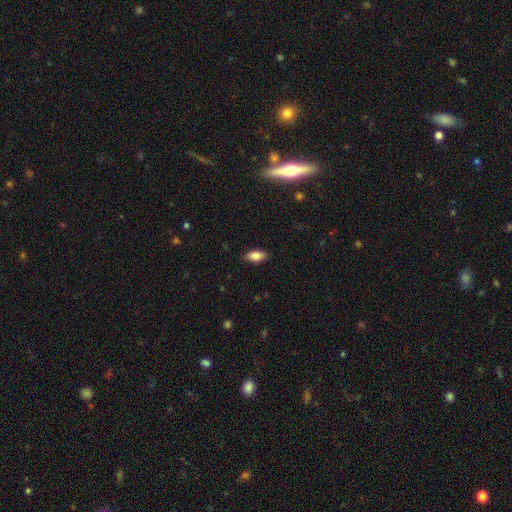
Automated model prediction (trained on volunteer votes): Smooth or featured: smooth — 82% (featured or disk — 10%)
How rounded: in between — 89% (cigar-shaped — 7%)
Merging: none — 87% (minor disturbance — 10%)